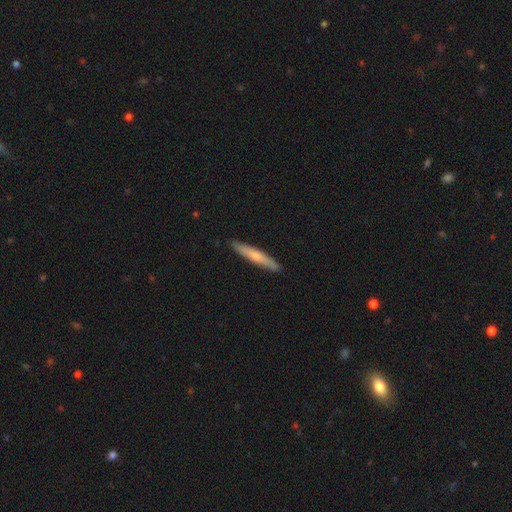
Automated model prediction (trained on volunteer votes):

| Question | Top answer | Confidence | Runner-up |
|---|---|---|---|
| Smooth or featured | smooth | 58% | featured or disk (37%) |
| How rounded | cigar-shaped | 94% | in between (5%) |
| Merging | none | 91% | minor disturbance (7%) |